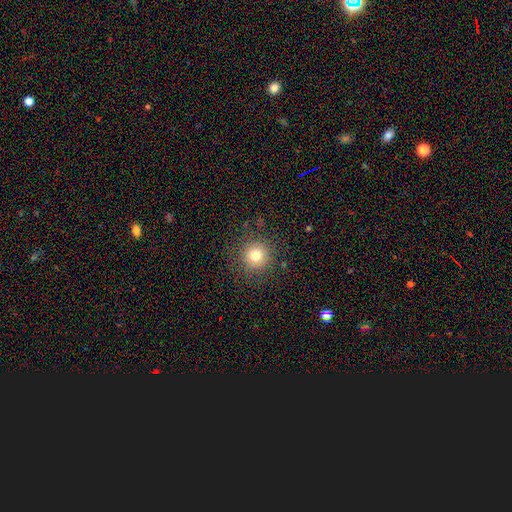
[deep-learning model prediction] Smooth or featured: smooth — 76% (star or artifact — 14%)
How rounded: round — 95% (in between — 4%)
Merging: none — 87% (minor disturbance — 8%)